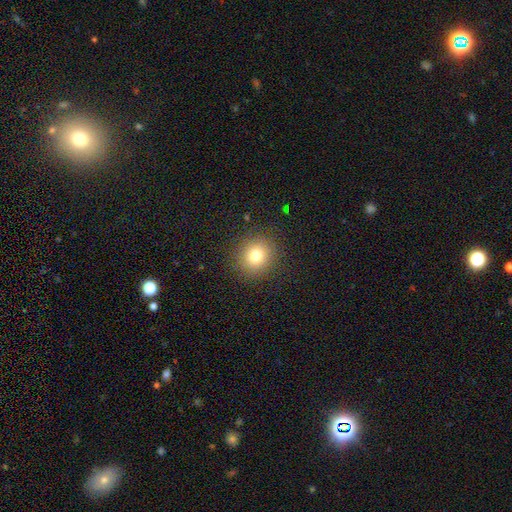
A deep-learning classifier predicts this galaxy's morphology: This is likely a smooth galaxy (77%). How rounded: clearly round (86%). Merging: clearly none (89%).